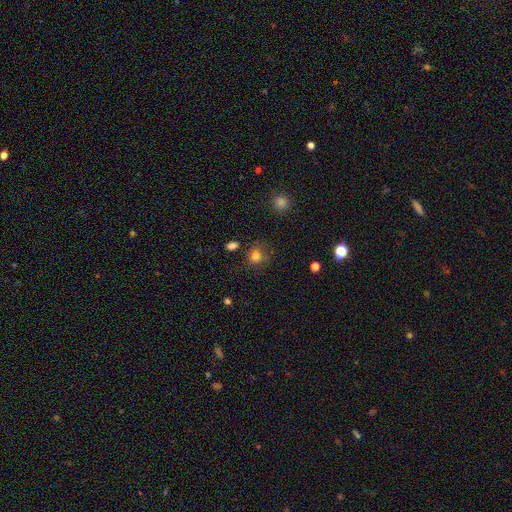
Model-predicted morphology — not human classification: Q: Smooth or featured?
A: smooth (79%); runner-up: star or artifact (15%)
Q: How rounded?
A: round (82%); runner-up: in between (17%)
Q: Merging?
A: none (76%); runner-up: minor disturbance (16%)